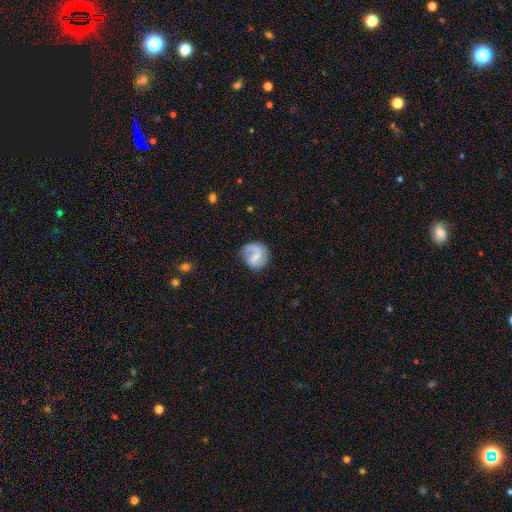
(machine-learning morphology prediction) Smooth or featured?
  - featured or disk: 68% *
  - smooth: 26%
  - star or artifact: 6%
Edge-on disk?
  - no: 98% *
  - yes: 2%
Bar?
  - weak: 53% *
  - no: 33%
  - strong: 14%
Spiral arms?
  - yes: 92% *
  - no: 8%
Spiral winding?
  - medium: 46% *
  - loose: 30%
  - tight: 24%
Spiral arm count?
  - 2: 65% *
  - 1: 26%
  - can't tell: 6%
  - 3: 1%
  - 4: 1%
  - more than 4: 1%
Bulge size?
  - small: 51% *
  - moderate: 26%
  - none: 20%
  - large: 2%
  - dominant: 1%
Merging?
  - none: 73% *
  - minor disturbance: 18%
  - major disturbance: 8%
  - merger: 2%